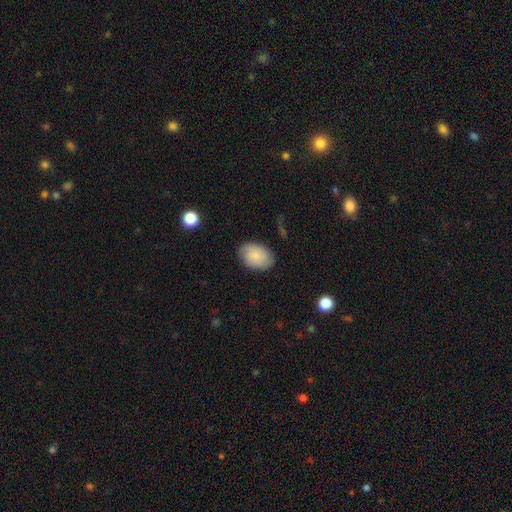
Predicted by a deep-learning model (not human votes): The model was most divided on "merging": none: 83%, minor disturbance: 13%, major disturbance: 3%, merger: 1%. More confident: how rounded — in between (87%); smooth or featured — smooth (83%).